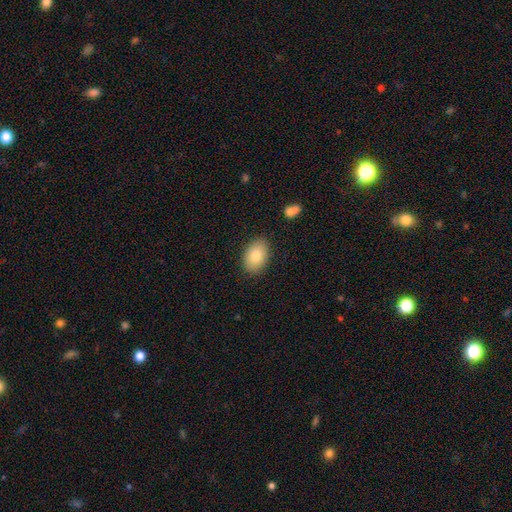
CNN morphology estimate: A smooth galaxy with no disk features (83%) that is in between round and cigar-shaped (87%).

Vote fractions:
- Smooth or featured? smooth: 83% / featured or disk: 10% / star or artifact: 7%
- How rounded? in between: 87% / round: 12% / cigar-shaped: 1%
- Merging? none: 86% / minor disturbance: 10% / major disturbance: 2% / merger: 1%